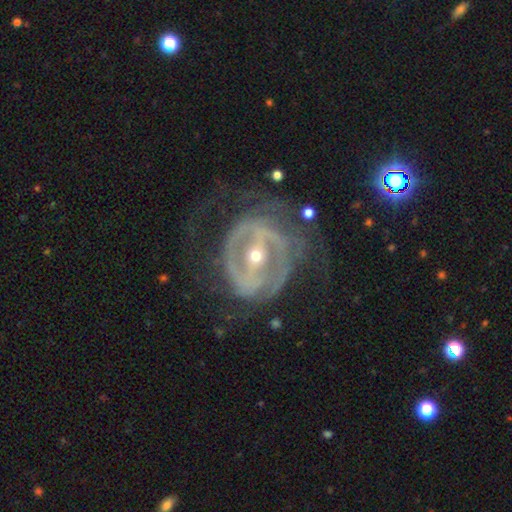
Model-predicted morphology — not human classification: featured or disk 87%, smooth 7%, star or artifact 6%. Down the decision tree: edge-on disk — no (95%); bar — strong (67%); spiral arms — yes (78%); spiral arm count — 2 (46%); spiral winding — tight (50%); bulge size — small (57%); merging — none (55%).